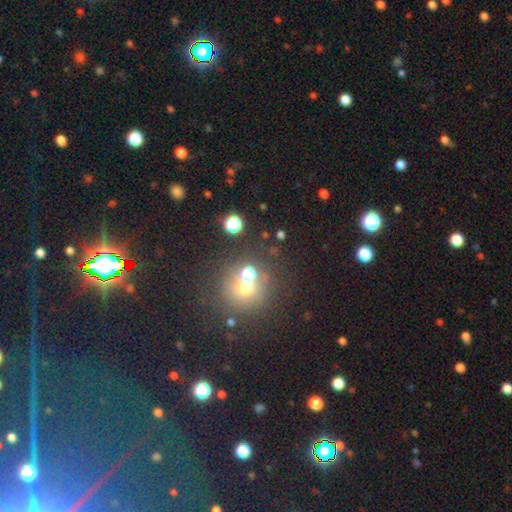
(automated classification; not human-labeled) Morphology: type=star or artifact (52%).